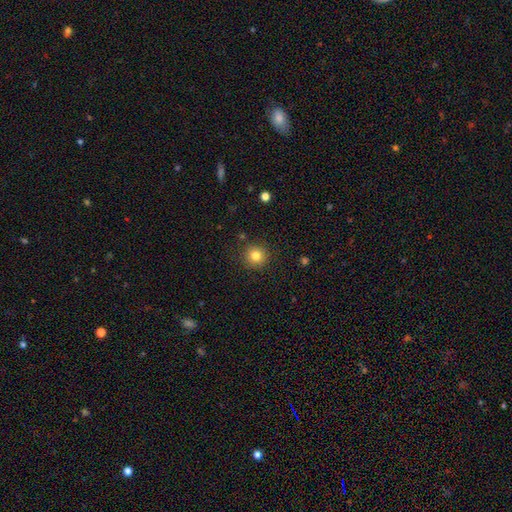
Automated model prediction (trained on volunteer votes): The model was most divided on "smooth or featured": smooth: 82%, star or artifact: 12%, featured or disk: 7%. More confident: how rounded — round (94%); merging — none (88%).